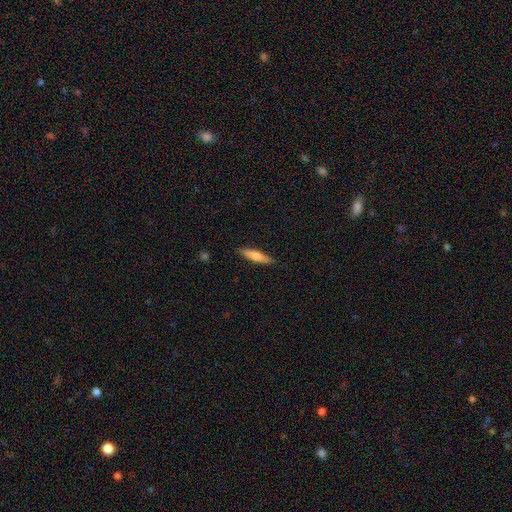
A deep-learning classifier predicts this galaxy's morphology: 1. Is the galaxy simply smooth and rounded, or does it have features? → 65% smooth, 30% featured or disk, 6% star or artifact.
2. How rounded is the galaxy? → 82% cigar-shaped, 16% in between, 2% round.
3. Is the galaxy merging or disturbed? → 88% none, 9% minor disturbance, 2% major disturbance, 1% merger.